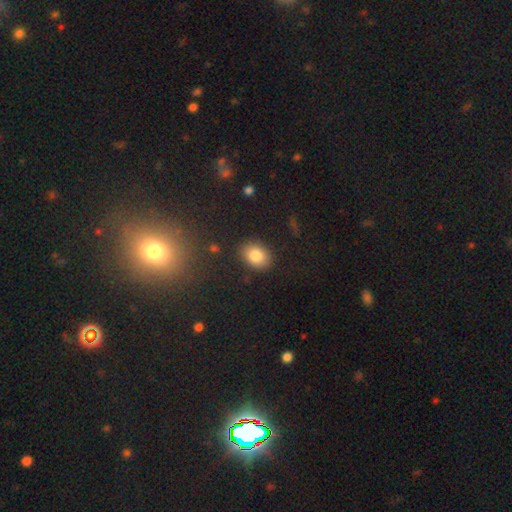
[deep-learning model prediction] A smooth galaxy with no disk features (84%) that is in between round and cigar-shaped (70%).

Vote fractions:
- Smooth or featured? smooth: 84% / star or artifact: 8% / featured or disk: 7%
- How rounded? in between: 70% / round: 29% / cigar-shaped: 1%
- Merging? none: 85% / minor disturbance: 10% / major disturbance: 3% / merger: 2%